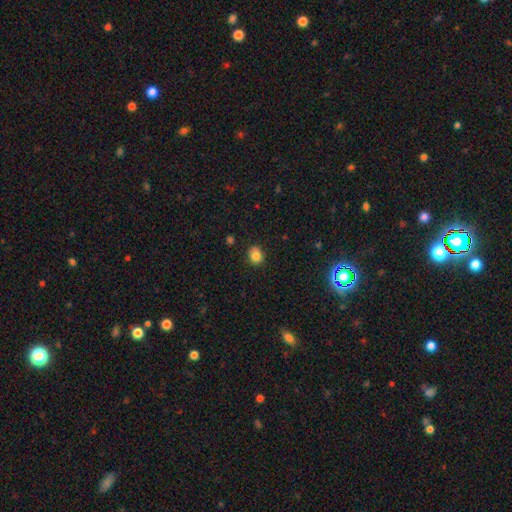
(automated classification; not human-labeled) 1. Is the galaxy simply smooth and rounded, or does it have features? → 83% smooth, 11% star or artifact, 6% featured or disk.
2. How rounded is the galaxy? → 64% round, 36% in between, 1% cigar-shaped.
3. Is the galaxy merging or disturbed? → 86% none, 11% minor disturbance, 2% major disturbance, 1% merger.